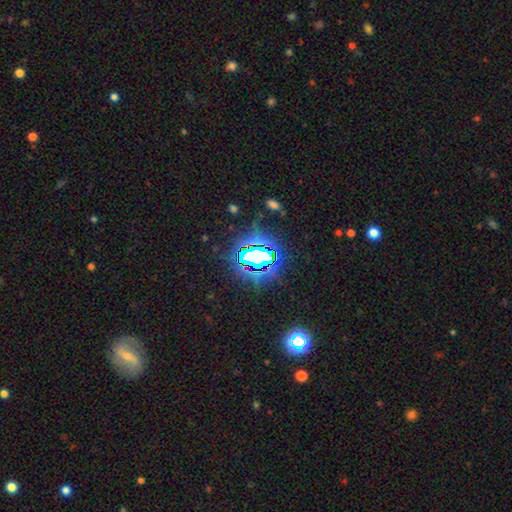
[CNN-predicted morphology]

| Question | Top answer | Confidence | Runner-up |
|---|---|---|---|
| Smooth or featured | star or artifact | 75% | smooth (14%) |